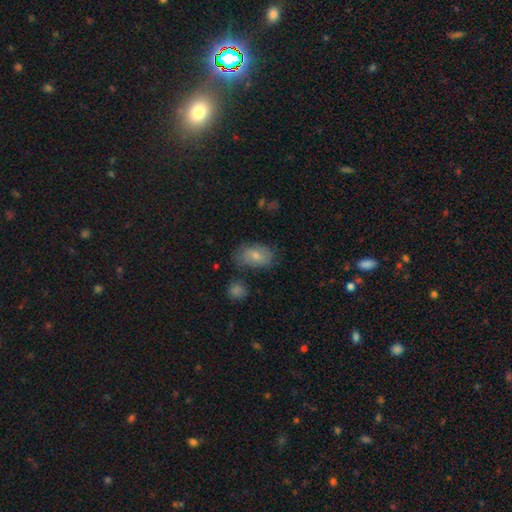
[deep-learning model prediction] This is likely a smooth galaxy (73%). How rounded: clearly in between (89%). Merging: likely none (67%).